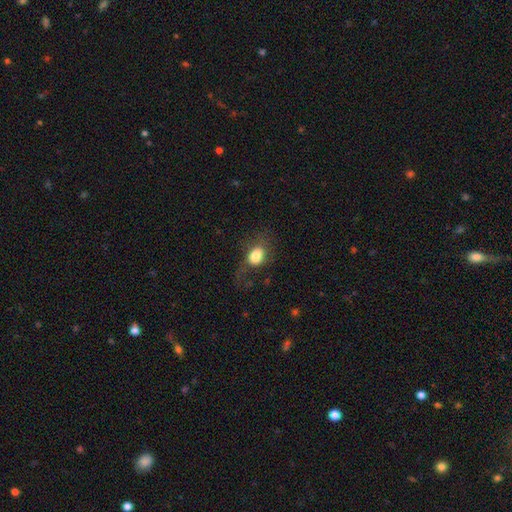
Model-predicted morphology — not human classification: Smooth or featured: smooth — 78% (featured or disk — 13%)
How rounded: in between — 68% (round — 30%)
Merging: none — 45% (major disturbance — 29%)